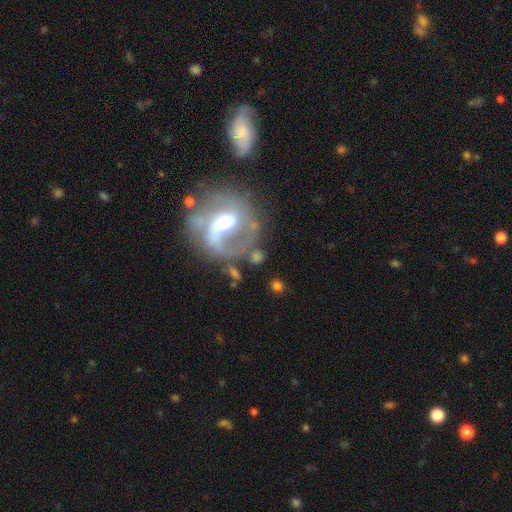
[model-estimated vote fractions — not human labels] smooth_or_featured: featured or disk (p=0.65) [alt: smooth p=0.25]
disk_edge_on: no (p=0.96) [alt: yes p=0.04]
bar: weak (p=0.43) [alt: no p=0.31]
has_spiral_arms: yes (p=0.67) [alt: no p=0.33]
bulge_size: moderate (p=0.62) [alt: large p=0.19]
merging: none (p=0.51) [alt: major disturbance p=0.20]